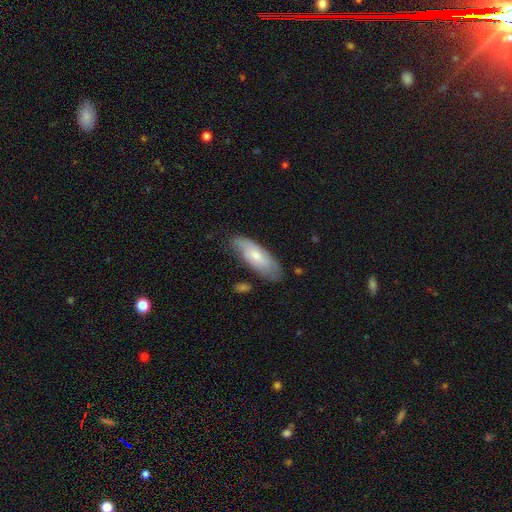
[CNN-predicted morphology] smooth 64%, featured or disk 30%, star or artifact 6%. Down the decision tree: how rounded — in between (66%); merging — none (67%).